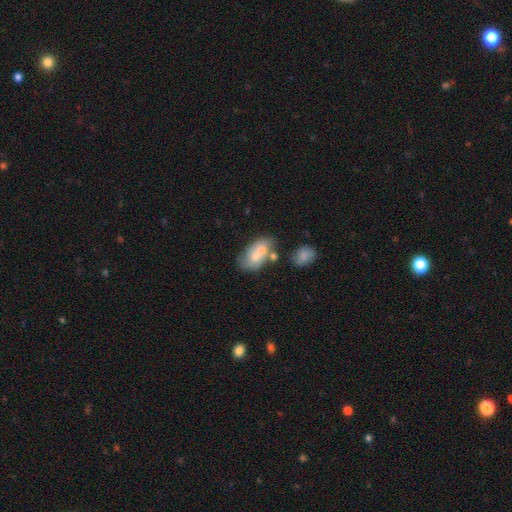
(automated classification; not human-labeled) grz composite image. It shows a smooth galaxy with no disk features (59%) that is in between round and cigar-shaped (89%). Merging: merger (41%).